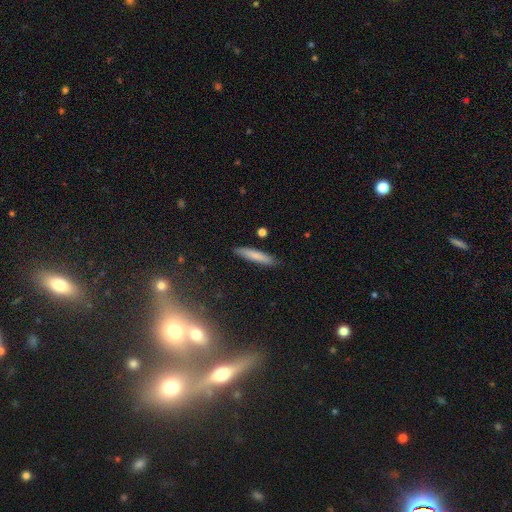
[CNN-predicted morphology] Smooth or featured? smooth (77%)
How rounded? cigar-shaped (89%)
Merging? none (88%)